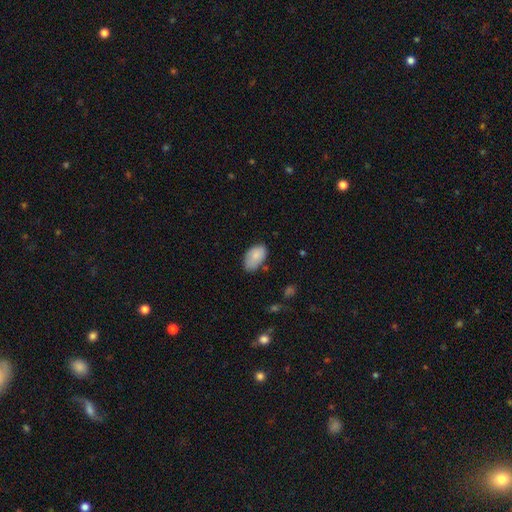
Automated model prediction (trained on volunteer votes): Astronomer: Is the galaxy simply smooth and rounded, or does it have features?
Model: smooth — 86%.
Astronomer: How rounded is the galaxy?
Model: in between — 94%.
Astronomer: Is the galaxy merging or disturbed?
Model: none — 65%.